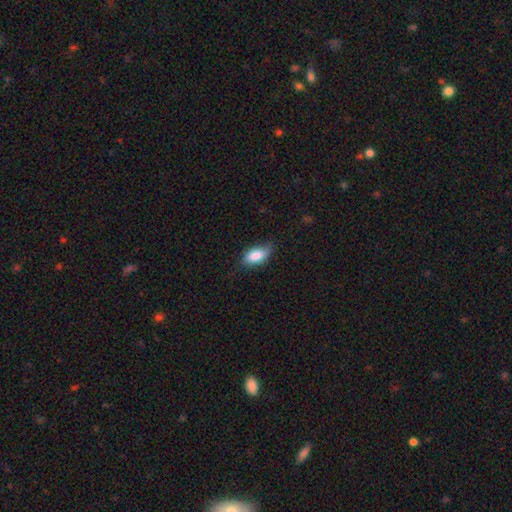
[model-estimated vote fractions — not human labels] Overall: smooth (83%). How rounded: in between (90%). Merging: none (63%; minor disturbance 29%).